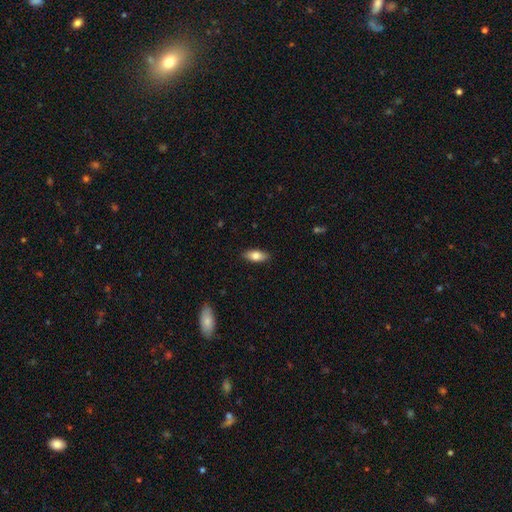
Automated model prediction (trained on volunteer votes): This is clearly a smooth galaxy (80%). How rounded: clearly in between (84%). Merging: clearly none (87%).